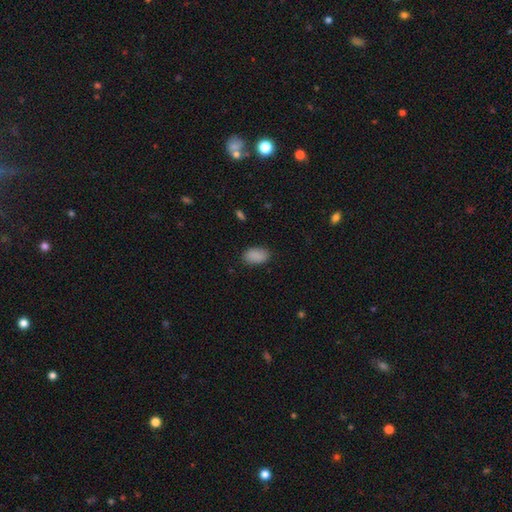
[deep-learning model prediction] Morphology: type=smooth (89%); roundness=in between (93%); merging=none (85%).